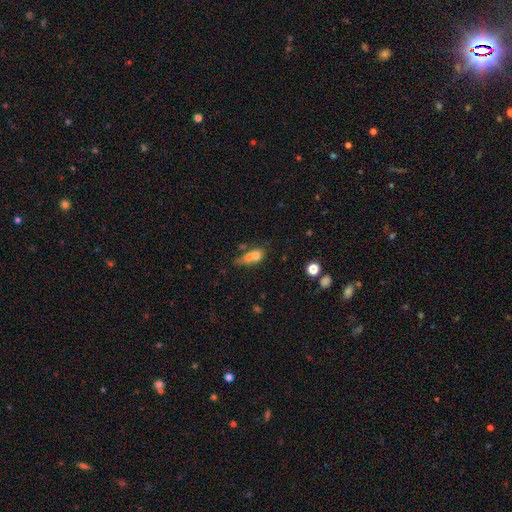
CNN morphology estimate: type=smooth (68%); roundness=in between (61%); merging=merger (31%).